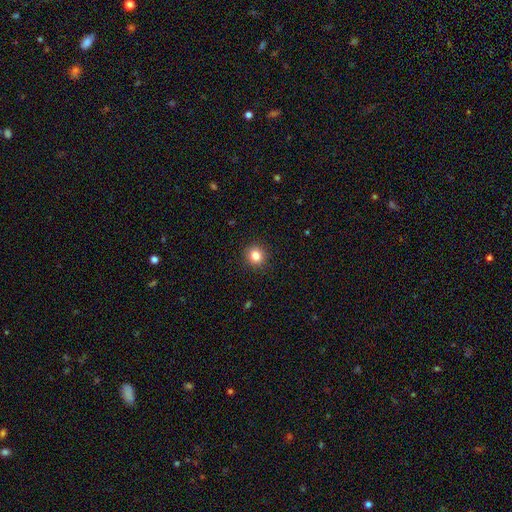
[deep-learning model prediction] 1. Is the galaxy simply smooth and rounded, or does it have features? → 83% smooth, 11% star or artifact, 5% featured or disk.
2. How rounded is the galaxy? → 91% round, 8% in between, 1% cigar-shaped.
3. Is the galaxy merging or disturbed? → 92% none, 5% minor disturbance, 2% major disturbance, 1% merger.